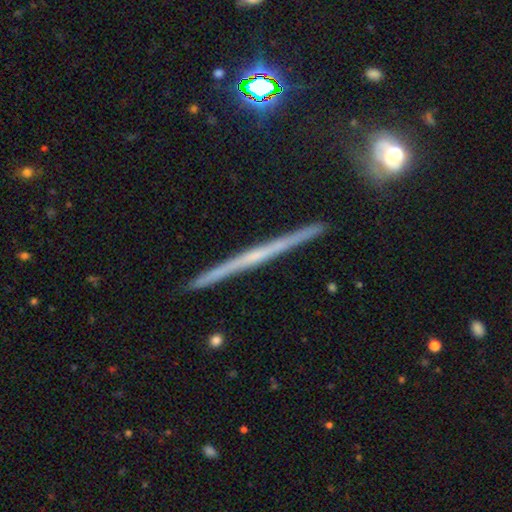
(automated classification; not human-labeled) featured or disk 71%, smooth 21%, star or artifact 8%. Down the decision tree: edge-on disk — yes (98%); edge-on bulge — none (68%); merging — none (91%).